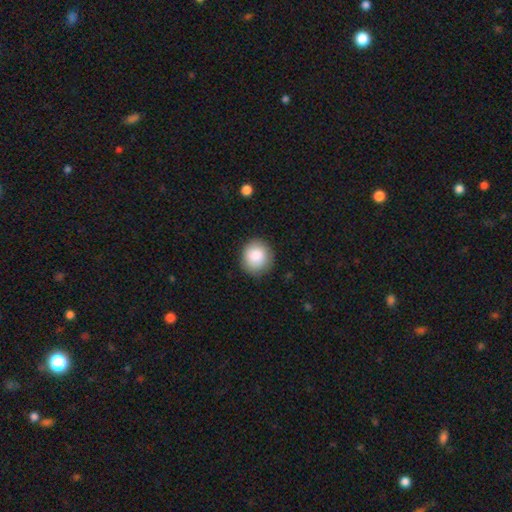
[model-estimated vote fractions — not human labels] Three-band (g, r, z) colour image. It shows a smooth galaxy with no disk features (86%) that is round (86%). Merging: none (86%).